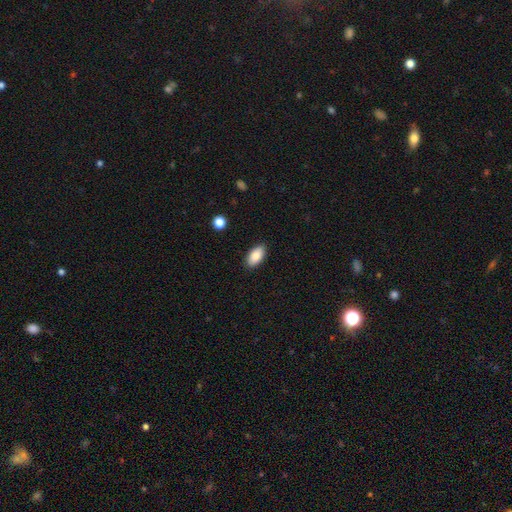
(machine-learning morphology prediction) Smooth or featured? Predicted: smooth (p=0.85). How rounded? Predicted: in between (p=0.93). Merging? Predicted: none (p=0.89).